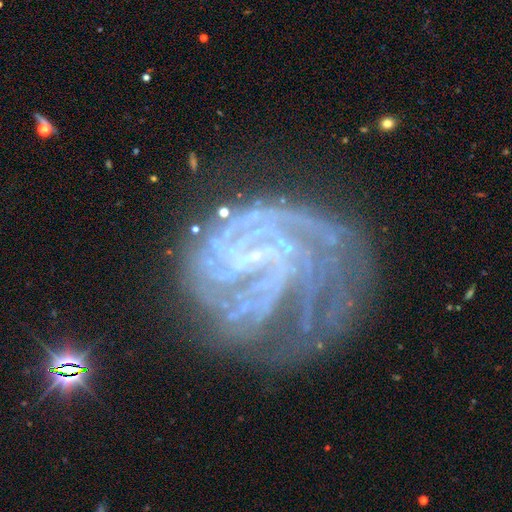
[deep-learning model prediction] Smooth or featured?
  - featured or disk: 83% *
  - star or artifact: 11%
  - smooth: 7%
Edge-on disk?
  - no: 98% *
  - yes: 2%
Bar?
  - no: 48% *
  - weak: 35%
  - strong: 17%
Spiral arms?
  - yes: 93% *
  - no: 7%
Spiral winding?
  - tight: 68% *
  - medium: 25%
  - loose: 8%
Spiral arm count?
  - can't tell: 28% *
  - 4: 19%
  - 3: 17%
  - more than 4: 14%
  - 2: 13%
  - 1: 9%
Bulge size?
  - small: 58% *
  - none: 34%
  - moderate: 6%
  - large: 1%
  - dominant: 1%
Merging?
  - none: 51% *
  - major disturbance: 23%
  - minor disturbance: 21%
  - merger: 4%